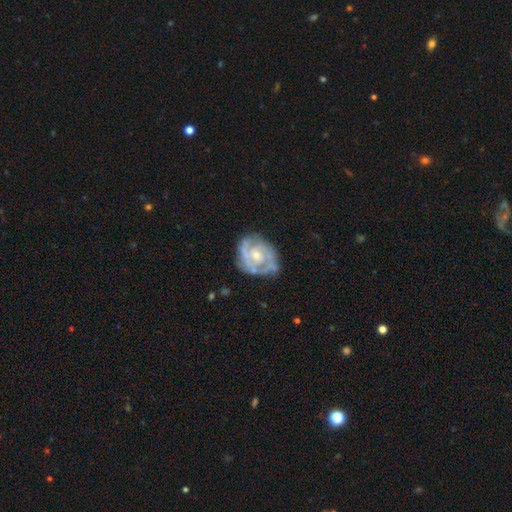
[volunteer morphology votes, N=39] featured or disk 97%, smooth 3%, star or artifact 0%. Down the decision tree: edge-on disk — no (97%); bar — no (76%); spiral arms — yes (95%); spiral arm count — 2 (57%); spiral winding — tight (49%, tied with medium); bulge size — small (65%); merging — none (56%).